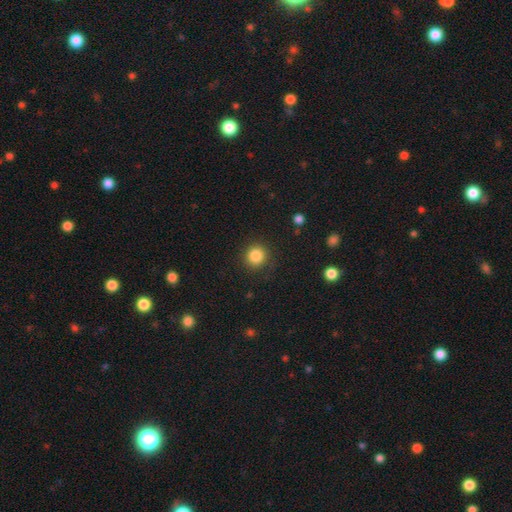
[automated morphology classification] The model was most divided on "smooth or featured": smooth: 85%, star or artifact: 10%, featured or disk: 5%. More confident: how rounded — round (92%); merging — none (89%).